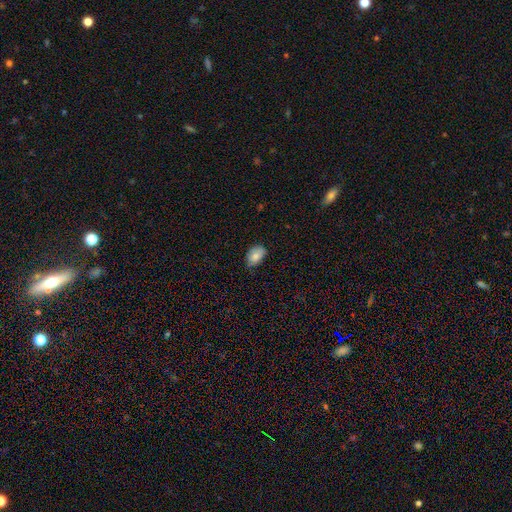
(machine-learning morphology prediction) smooth-or-featured: smooth: 83% | featured or disk: 10% | star or artifact: 8%
  how-rounded: in between: 87% | round: 11% | cigar-shaped: 1%
  merging: none: 62% | minor disturbance: 32% | major disturbance: 5% | merger: 1%